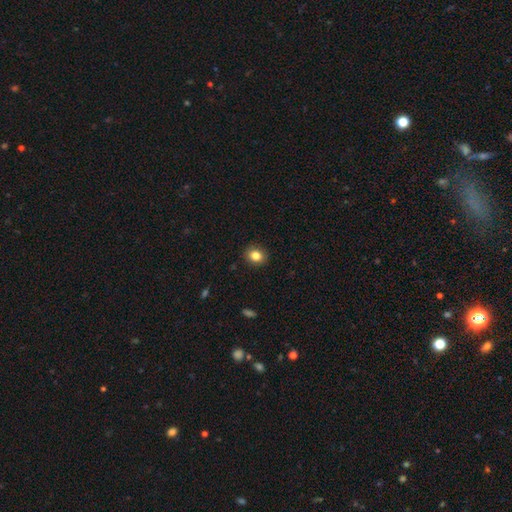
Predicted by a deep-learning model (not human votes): Morphology: type=smooth (83%); roundness=round (63%); merging=none (90%).